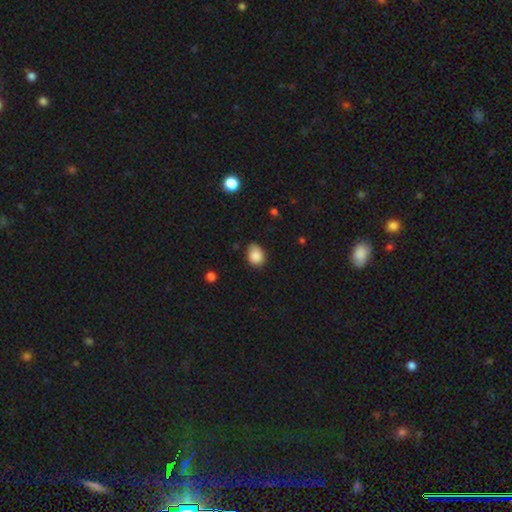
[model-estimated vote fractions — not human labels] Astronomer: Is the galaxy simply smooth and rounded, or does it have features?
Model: smooth — 87%.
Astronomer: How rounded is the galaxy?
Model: in between — 57% (runner-up: round, 42%).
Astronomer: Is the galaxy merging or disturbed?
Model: none — 66%.